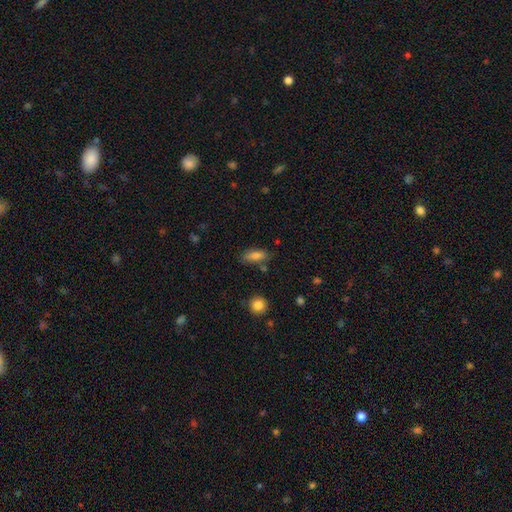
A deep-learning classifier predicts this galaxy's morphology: Smooth or featured? smooth (79%)
How rounded? in between (74%)
Merging? none (71%)